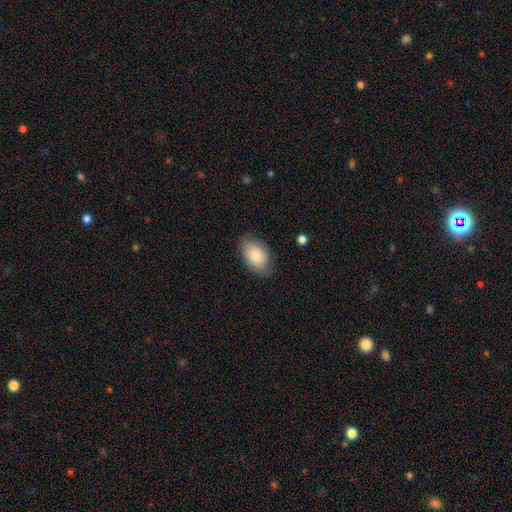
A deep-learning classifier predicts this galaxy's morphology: smooth 83%, featured or disk 11%, star or artifact 7%. Down the decision tree: how rounded — in between (90%); merging — none (79%).